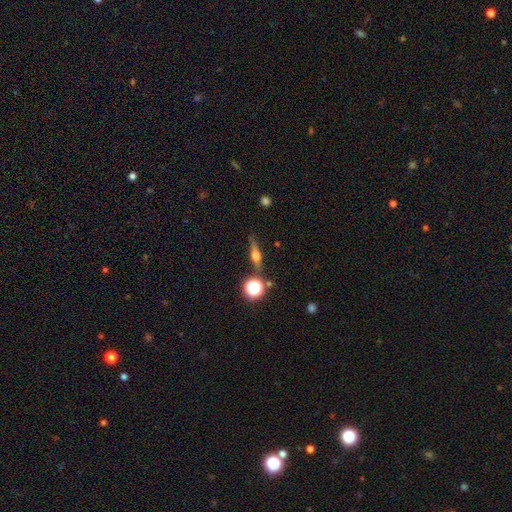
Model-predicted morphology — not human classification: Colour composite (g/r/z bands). It shows a featured or disk galaxy (61%) viewed edge-on (94%) with a rounded central bulge (94%). Merging: none (80%).